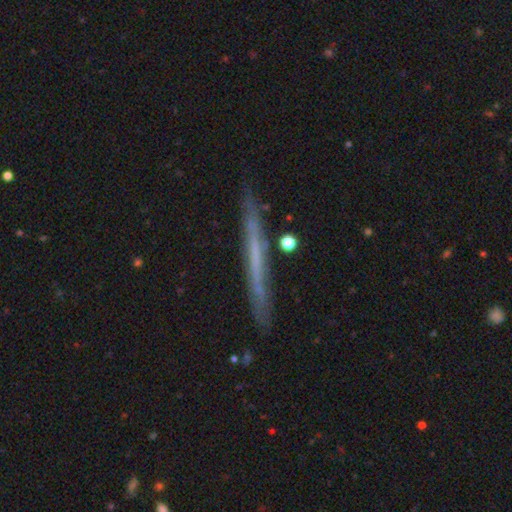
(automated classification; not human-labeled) smooth_or_featured: featured or disk (p=0.55) [alt: smooth p=0.38]
disk_edge_on: yes (p=0.94) [alt: no p=0.06]
edge_on_bulge: none (p=0.91) [alt: rounded p=0.06]
merging: none (p=0.85) [alt: minor disturbance p=0.11]